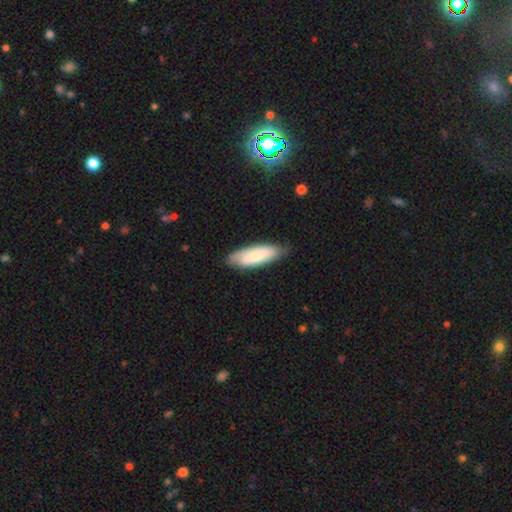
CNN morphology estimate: The model was most divided on "how rounded": in between: 58%, cigar-shaped: 41%, round: 2%. More confident: merging — none (76%); smooth or featured — smooth (65%).